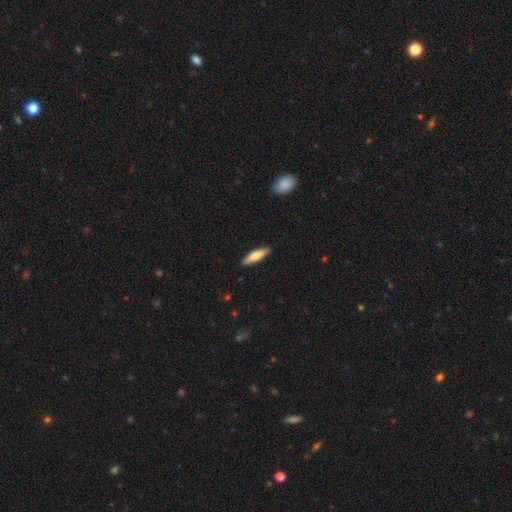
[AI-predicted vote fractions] smooth-or-featured: smooth: 72% | featured or disk: 23% | star or artifact: 5%
  how-rounded: cigar-shaped: 65% | in between: 33% | round: 2%
  merging: none: 88% | minor disturbance: 9% | major disturbance: 2% | merger: 1%